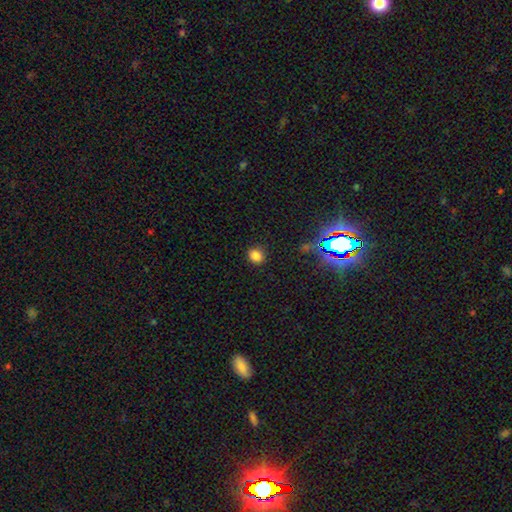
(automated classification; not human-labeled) Smooth or featured? smooth (80%)
How rounded? round (78%)
Merging? none (88%)